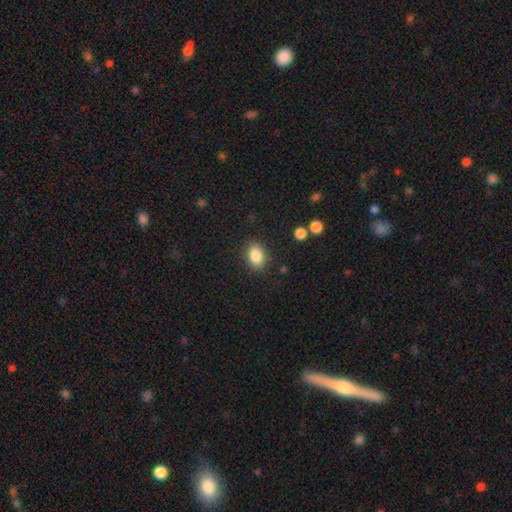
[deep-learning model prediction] Q: Smooth or featured?
A: smooth (86%); runner-up: star or artifact (9%)
Q: How rounded?
A: in between (73%); runner-up: round (26%)
Q: Merging?
A: none (85%); runner-up: minor disturbance (10%)